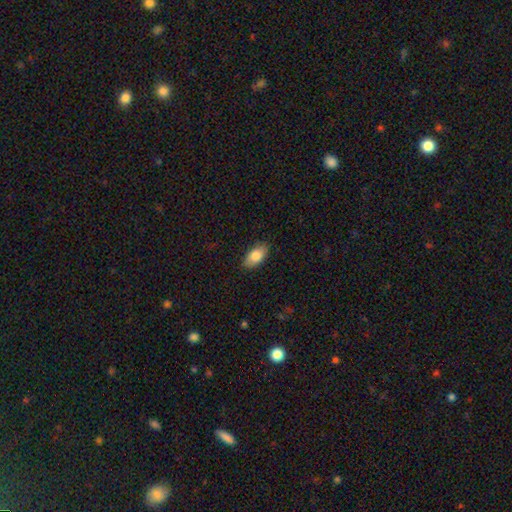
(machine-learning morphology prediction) type=smooth (83%); roundness=in between (92%); merging=none (86%).